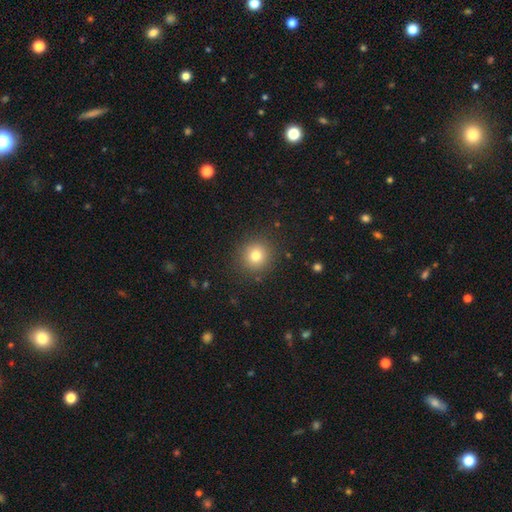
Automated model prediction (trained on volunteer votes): smooth_or_featured: smooth (p=0.79) [alt: star or artifact p=0.13]
how_rounded: round (p=0.92) [alt: in between p=0.07]
merging: none (p=0.89) [alt: minor disturbance p=0.07]